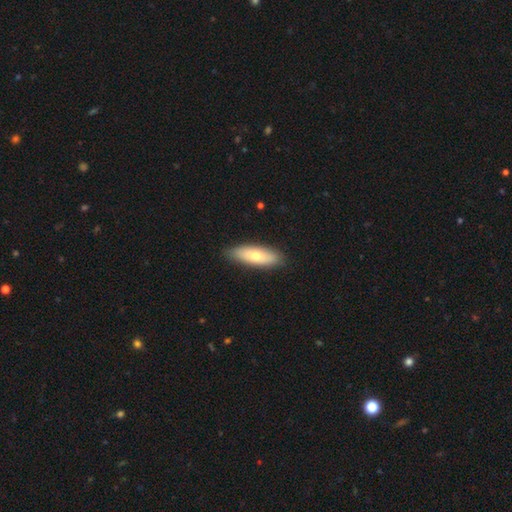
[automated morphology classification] smooth_or_featured: smooth (p=0.69) [alt: featured or disk p=0.25]
how_rounded: in between (p=0.60) [alt: cigar-shaped p=0.38]
merging: none (p=0.87) [alt: minor disturbance p=0.10]